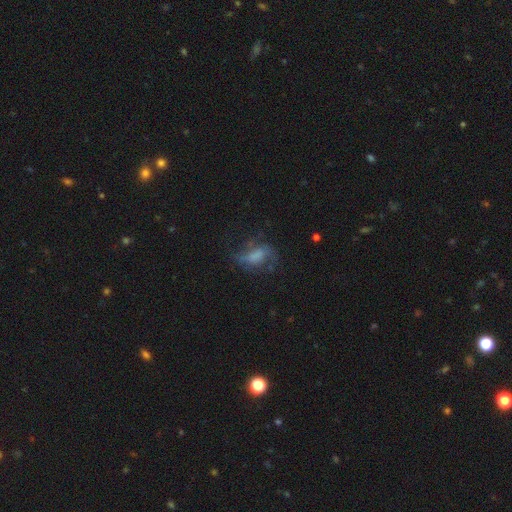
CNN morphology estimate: This is possibly a featured or disk galaxy (48%). Merging: marginally none (41%).